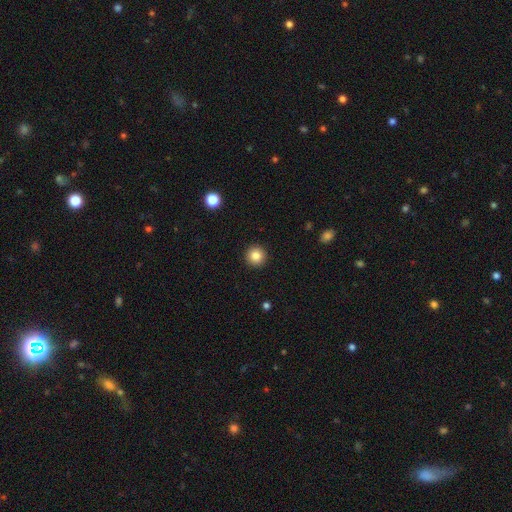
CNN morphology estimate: The model was most divided on "smooth or featured": smooth: 84%, star or artifact: 10%, featured or disk: 6%. More confident: how rounded — round (96%); merging — none (93%).